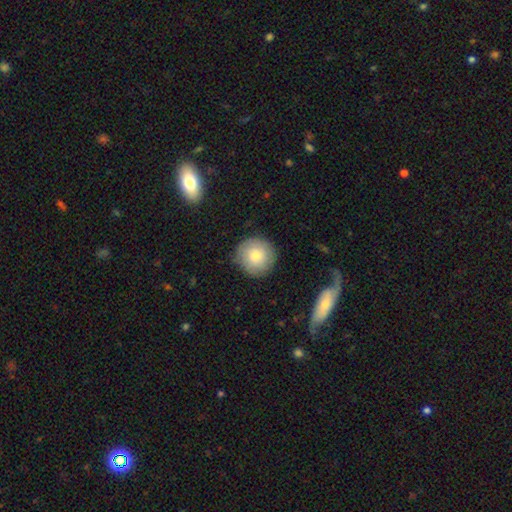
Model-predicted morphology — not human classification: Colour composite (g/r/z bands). It shows a smooth galaxy with no disk features (80%) that is round (94%). Merging: none (85%).